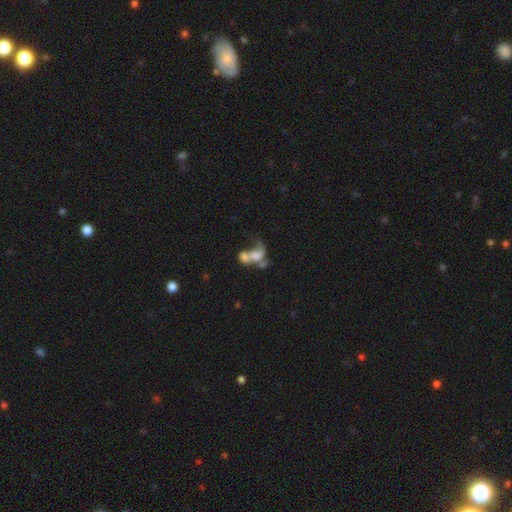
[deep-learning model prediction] Morphology: type=featured or disk (44%); merging=merger (64%).